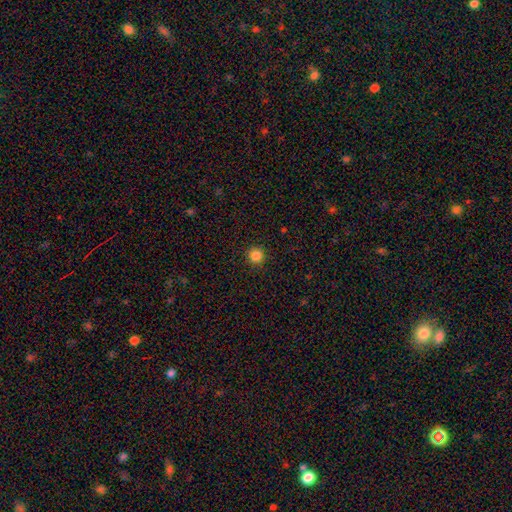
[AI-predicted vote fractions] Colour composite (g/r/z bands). It shows a smooth galaxy with no disk features (85%) that is round (96%). Merging: none (93%).